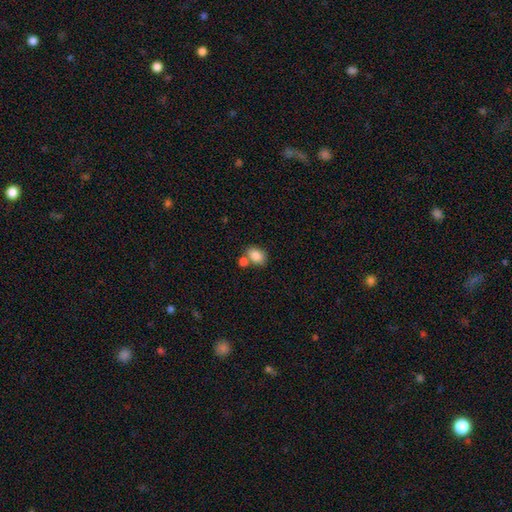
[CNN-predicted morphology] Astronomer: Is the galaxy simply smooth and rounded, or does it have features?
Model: smooth — 84%.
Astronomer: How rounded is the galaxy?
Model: in between — 70%.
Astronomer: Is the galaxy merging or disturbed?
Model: none — 53% (runner-up: merger, 30%).